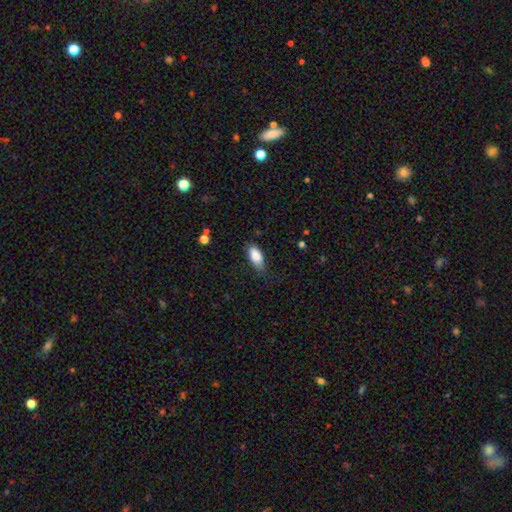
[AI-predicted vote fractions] smooth-or-featured: smooth: 84% | featured or disk: 9% | star or artifact: 7%
  how-rounded: in between: 88% | cigar-shaped: 9% | round: 3%
  merging: none: 63% | minor disturbance: 28% | major disturbance: 7% | merger: 2%